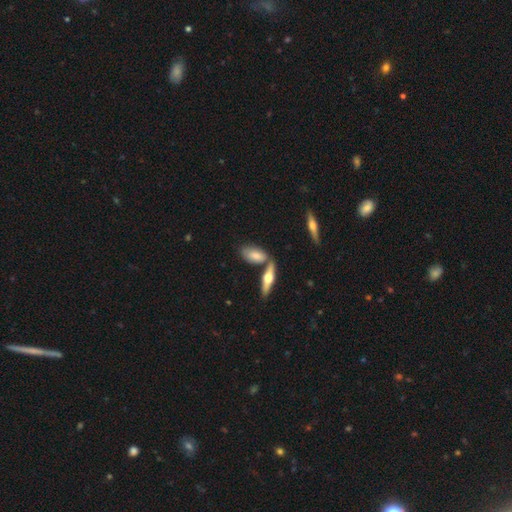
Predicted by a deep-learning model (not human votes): Smooth or featured: smooth — 66% (featured or disk — 28%)
How rounded: in between — 82% (cigar-shaped — 14%)
Merging: none — 61% (merger — 20%)